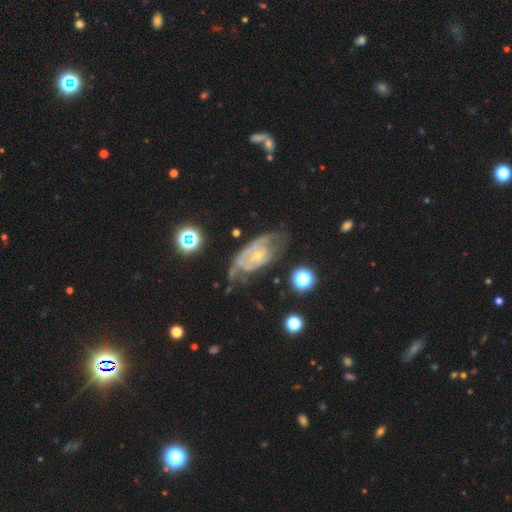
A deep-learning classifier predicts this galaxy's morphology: This is likely a featured or disk galaxy (75%). It is clearly not viewed edge-on (93%). Bar: likely no (73%). Spiral arm pattern: likely yes (76%). Spiral arm count: possibly can't tell (47%). Spiral winding: possibly tight (53%). Central bulge: likely small (67%). Merging: marginally none (43%).